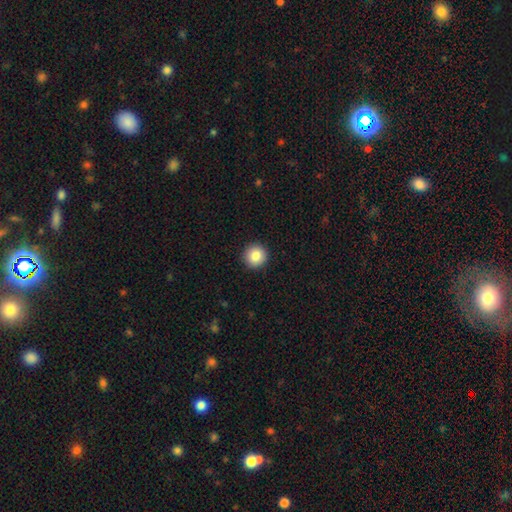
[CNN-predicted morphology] This is clearly a smooth galaxy (86%). How rounded: clearly round (95%). Merging: clearly none (92%).